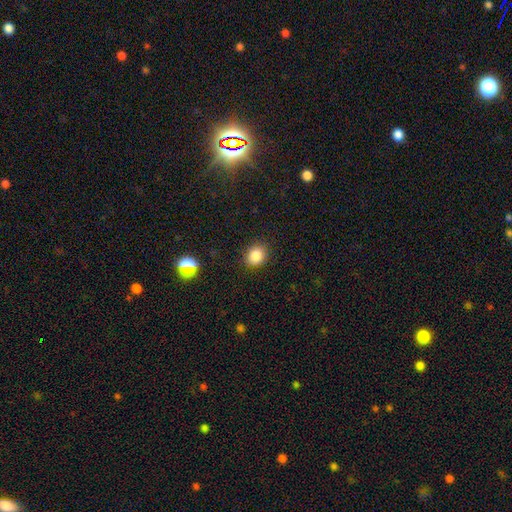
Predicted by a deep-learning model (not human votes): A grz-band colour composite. It shows a smooth galaxy with no disk features (83%) that is round (63%). Merging: none (88%).